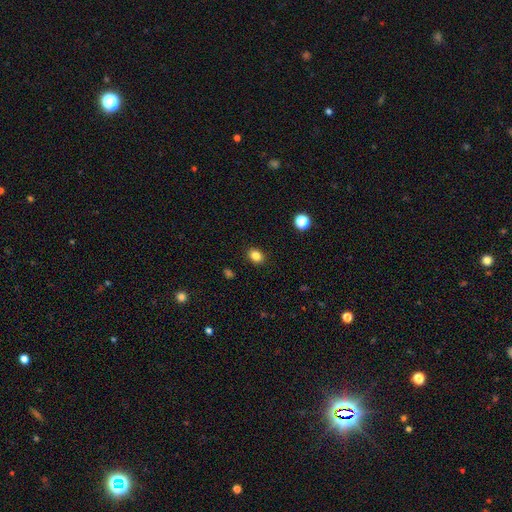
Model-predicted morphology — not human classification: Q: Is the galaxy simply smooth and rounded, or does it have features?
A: smooth — 84%.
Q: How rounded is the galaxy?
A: in between — 57%.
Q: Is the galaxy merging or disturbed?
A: none — 89%.